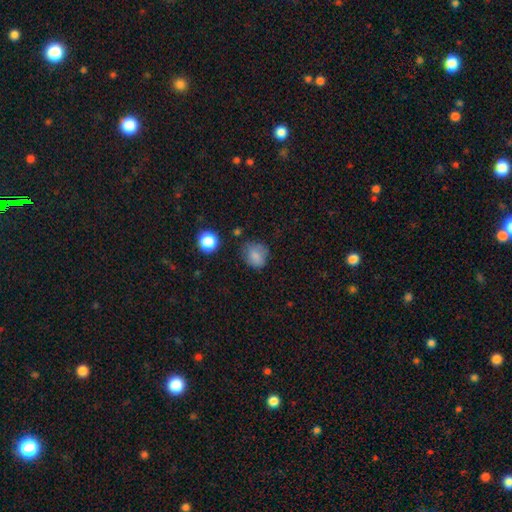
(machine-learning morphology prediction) This is clearly a smooth galaxy (80%). How rounded: likely round (69%). Merging: likely none (64%).